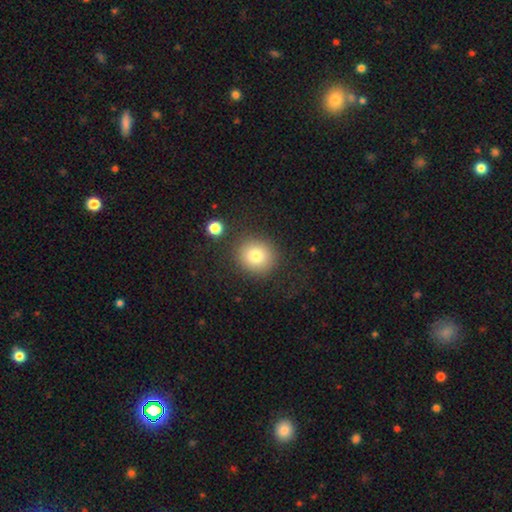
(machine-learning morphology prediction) This is likely a smooth galaxy (79%). How rounded: clearly round (86%). Merging: clearly none (85%).